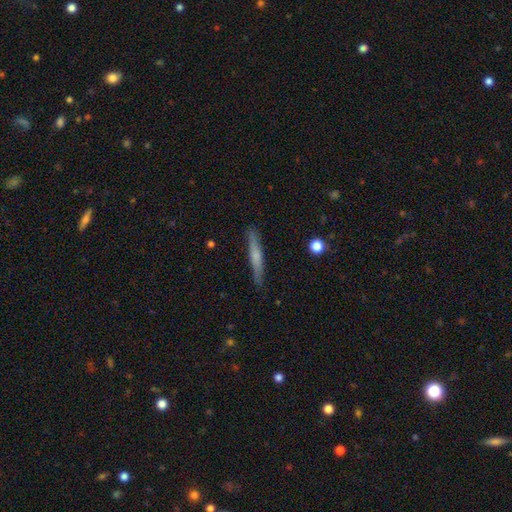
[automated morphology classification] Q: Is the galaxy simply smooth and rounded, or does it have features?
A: smooth — 49%.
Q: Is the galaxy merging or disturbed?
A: none — 87%.